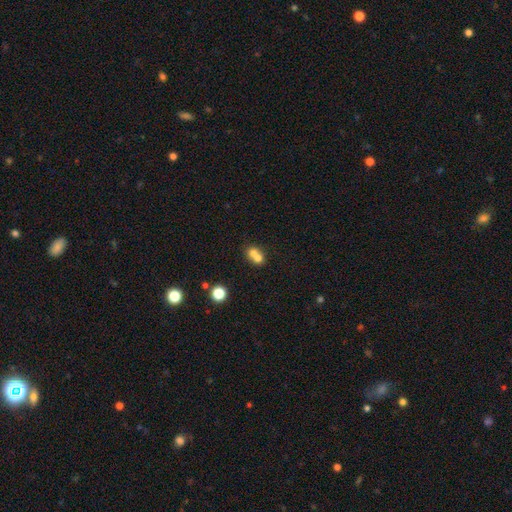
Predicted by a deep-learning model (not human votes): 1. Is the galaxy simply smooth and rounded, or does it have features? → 69% smooth, 18% featured or disk, 13% star or artifact.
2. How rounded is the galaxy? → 73% round, 26% in between, 1% cigar-shaped.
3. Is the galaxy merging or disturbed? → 66% merger, 27% none, 5% minor disturbance, 2% major disturbance.